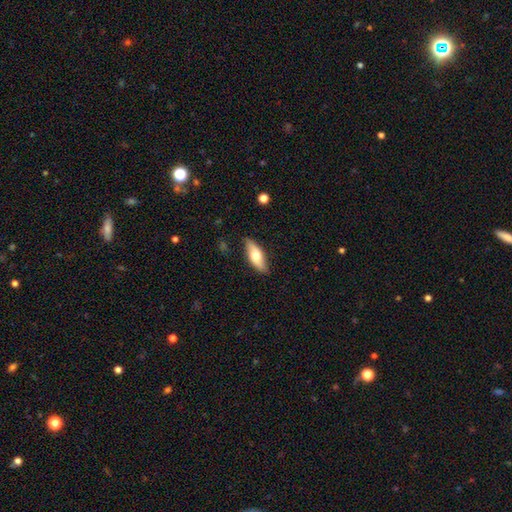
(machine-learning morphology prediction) This is likely a smooth galaxy (62%). How rounded: likely in between (66%). Merging: clearly none (82%).